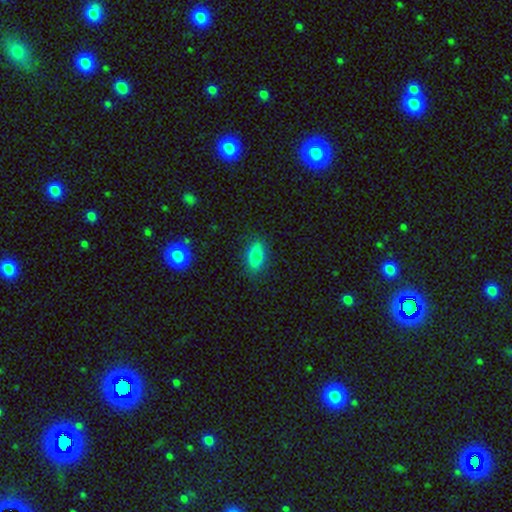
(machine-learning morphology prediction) Overall: smooth (80%). How rounded: in between (88%). Merging: none (85%).